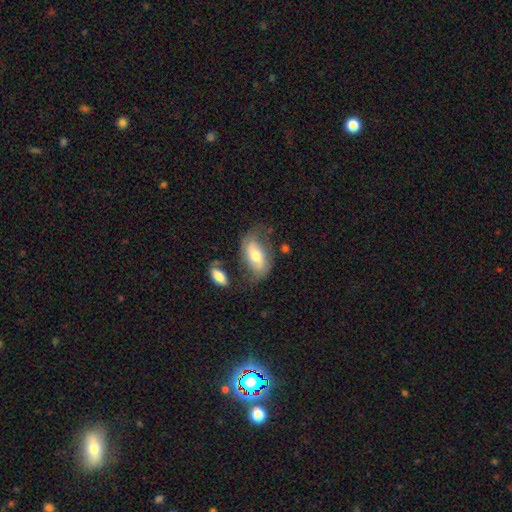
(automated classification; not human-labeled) Smooth or featured: smooth — 49% (featured or disk — 44%)
Merging: none — 56% (minor disturbance — 24%)